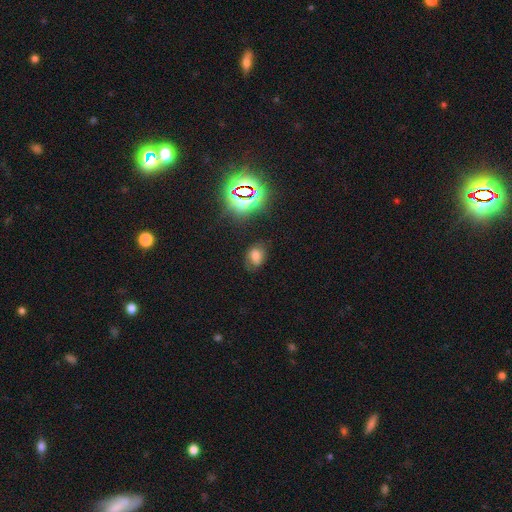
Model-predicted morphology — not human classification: A smooth galaxy with no disk features (58%) that is in between round and cigar-shaped (66%).

Vote fractions:
- Smooth or featured? smooth: 58% / star or artifact: 24% / featured or disk: 18%
- How rounded? in between: 66% / round: 32% / cigar-shaped: 1%
- Merging? none: 68% / minor disturbance: 22% / major disturbance: 8% / merger: 2%